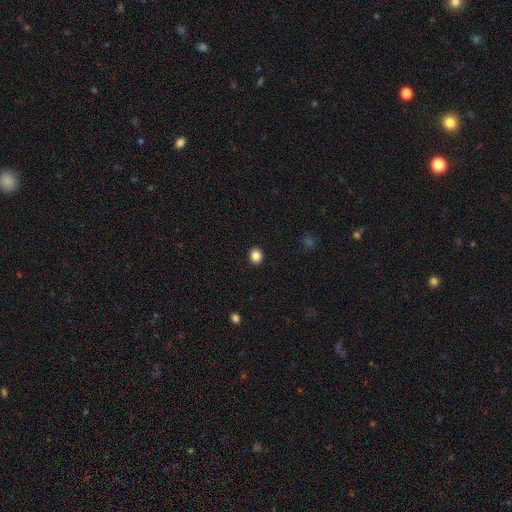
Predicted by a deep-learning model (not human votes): A smooth galaxy with no disk features (86%) that is round (76%).

Vote fractions:
- Smooth or featured? smooth: 86% / star or artifact: 10% / featured or disk: 3%
- How rounded? round: 76% / in between: 23% / cigar-shaped: 1%
- Merging? none: 93% / minor disturbance: 5% / major disturbance: 2% / merger: 1%